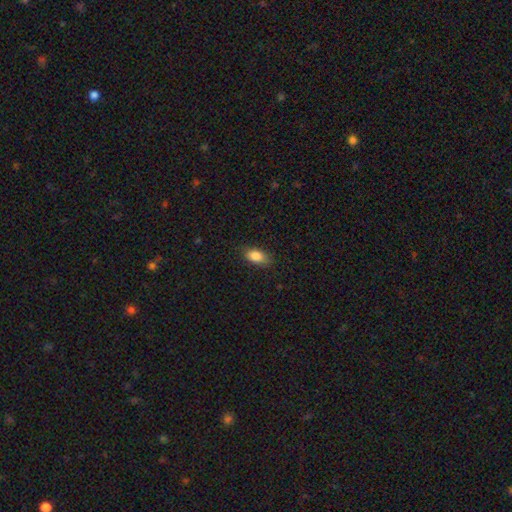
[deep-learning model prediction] Morphology: type=smooth (85%); roundness=in between (88%); merging=none (83%).